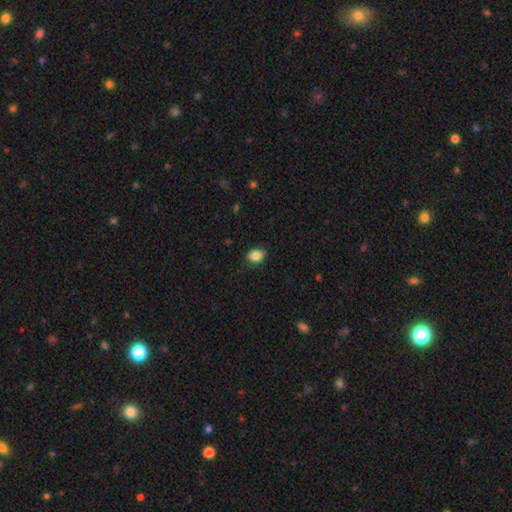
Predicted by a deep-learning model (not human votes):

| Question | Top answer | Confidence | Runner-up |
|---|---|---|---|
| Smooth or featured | smooth | 85% | star or artifact (9%) |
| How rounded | in between | 62% | round (37%) |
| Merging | none | 79% | minor disturbance (17%) |